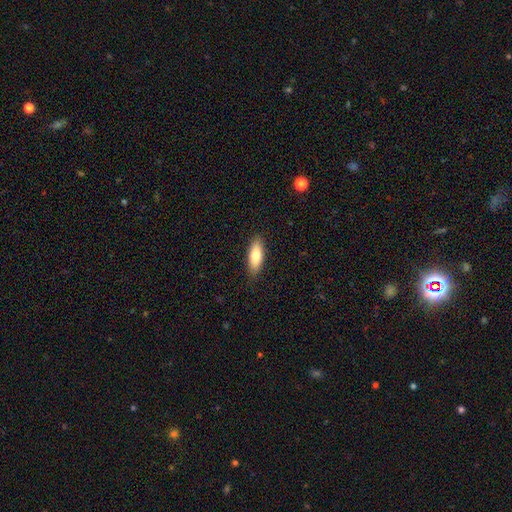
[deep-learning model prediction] Smooth or featured? Predicted: smooth (p=0.77). How rounded? Predicted: in between (p=0.67). Merging? Predicted: none (p=0.88).